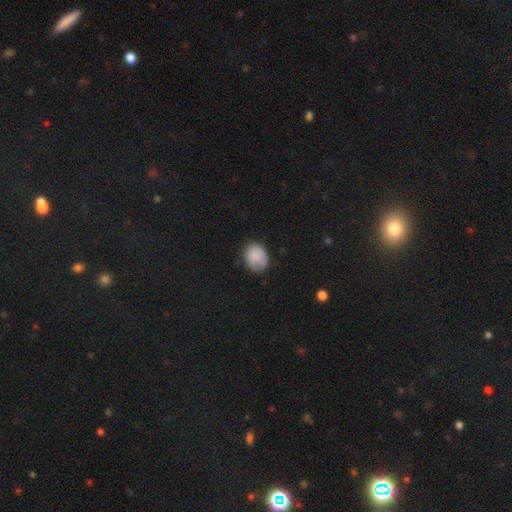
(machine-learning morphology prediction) Overall: smooth (84%). How rounded: in between (59%; round 40%). Merging: none (67%).